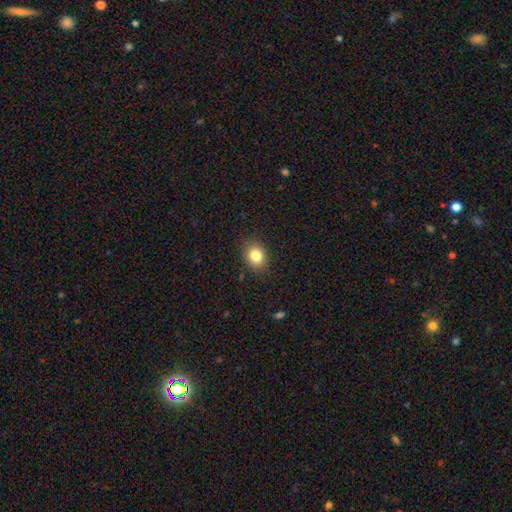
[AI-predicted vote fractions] A smooth galaxy with no disk features (83%) that is round (51%).

Vote fractions:
- Smooth or featured? smooth: 83% / star or artifact: 10% / featured or disk: 7%
- How rounded? round: 51% / in between: 48% / cigar-shaped: 1%
- Merging? none: 87% / minor disturbance: 9% / major disturbance: 3% / merger: 1%